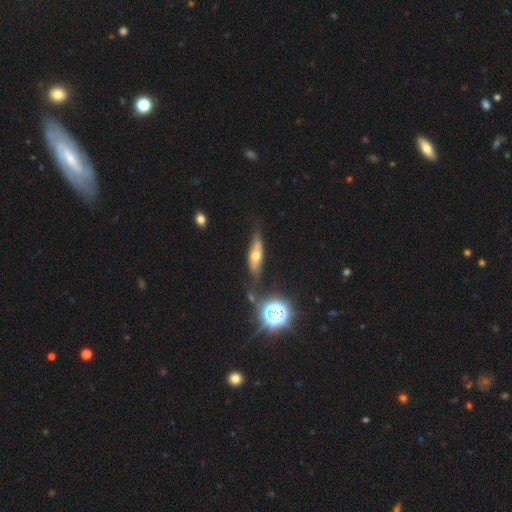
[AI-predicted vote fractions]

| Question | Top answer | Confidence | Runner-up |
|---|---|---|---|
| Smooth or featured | featured or disk | 45% | smooth (42%) |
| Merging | none | 67% | minor disturbance (22%) |